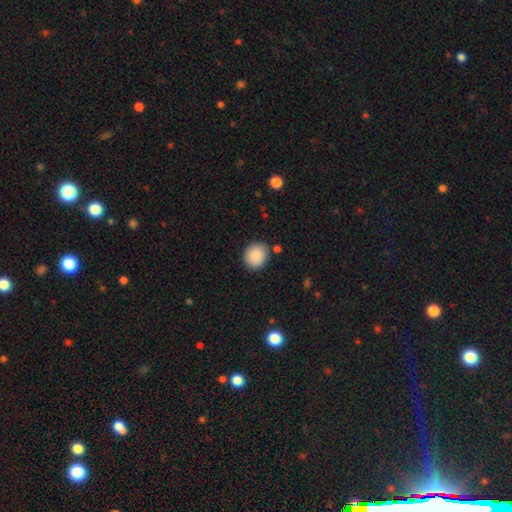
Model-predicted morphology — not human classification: Q: Smooth or featured?
A: smooth (89%); runner-up: star or artifact (7%)
Q: How rounded?
A: round (79%); runner-up: in between (20%)
Q: Merging?
A: none (85%); runner-up: minor disturbance (10%)